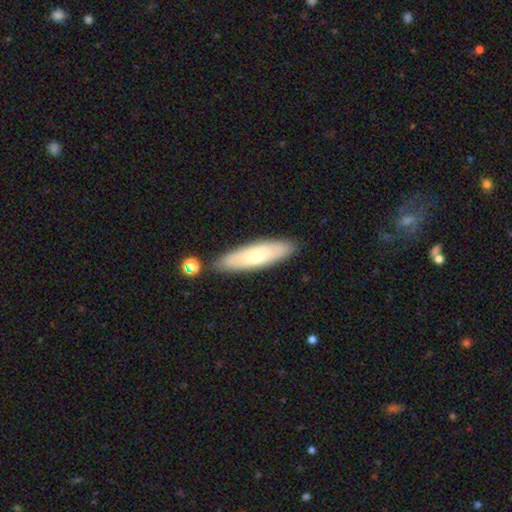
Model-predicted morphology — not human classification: This is possibly a smooth galaxy (58%). How rounded: possibly cigar-shaped (60%). Merging: clearly none (84%).